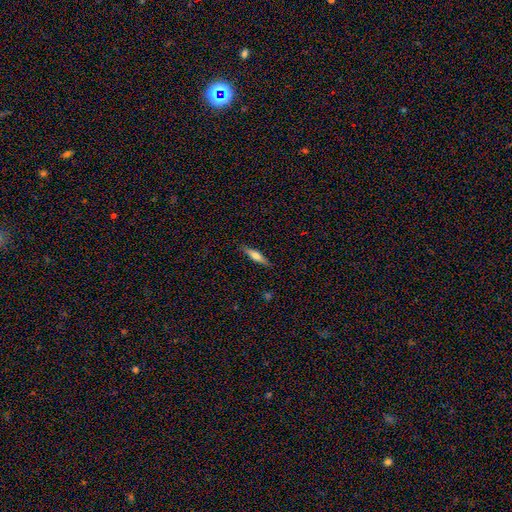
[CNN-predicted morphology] Q: Smooth or featured?
A: smooth (53%); runner-up: featured or disk (40%)
Q: How rounded?
A: cigar-shaped (79%); runner-up: in between (19%)
Q: Merging?
A: none (89%); runner-up: minor disturbance (8%)